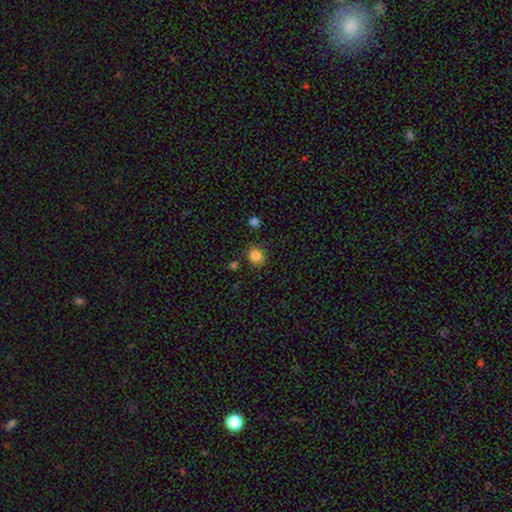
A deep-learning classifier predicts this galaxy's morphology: Smooth or featured? Predicted: smooth (p=0.84). How rounded? Predicted: round (p=0.79). Merging? Predicted: none (p=0.82).